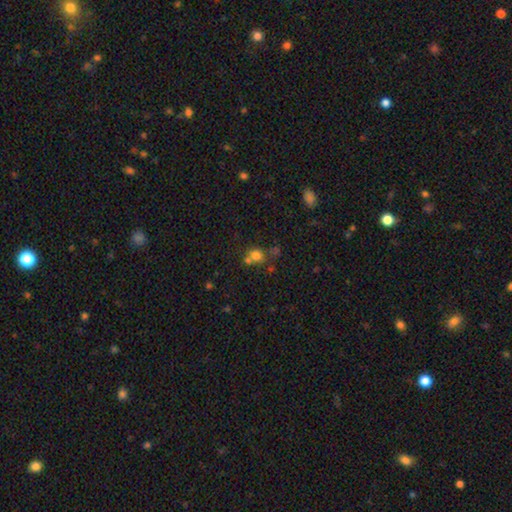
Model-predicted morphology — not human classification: Q: Smooth or featured?
A: smooth (72%); runner-up: star or artifact (17%)
Q: How rounded?
A: round (81%); runner-up: in between (18%)
Q: Merging?
A: none (49%); runner-up: merger (37%)